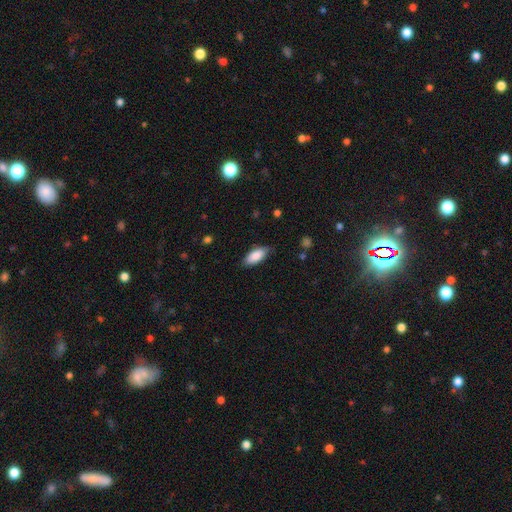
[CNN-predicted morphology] Smooth or featured? Predicted: smooth (p=0.87). How rounded? Predicted: in between (p=0.88). Merging? Predicted: none (p=0.78).